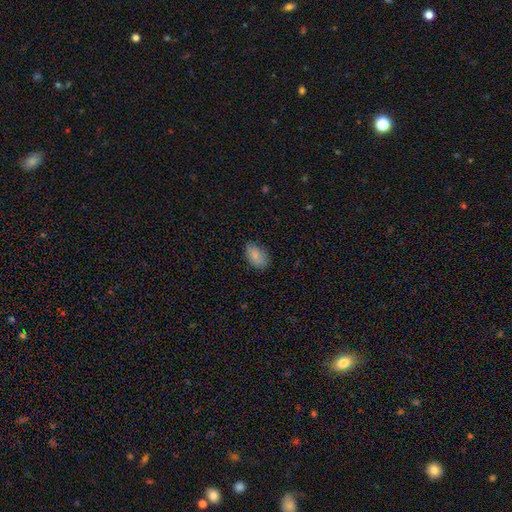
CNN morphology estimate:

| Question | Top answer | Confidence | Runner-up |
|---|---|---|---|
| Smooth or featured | smooth | 85% | star or artifact (8%) |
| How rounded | in between | 91% | round (7%) |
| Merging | none | 81% | minor disturbance (15%) |